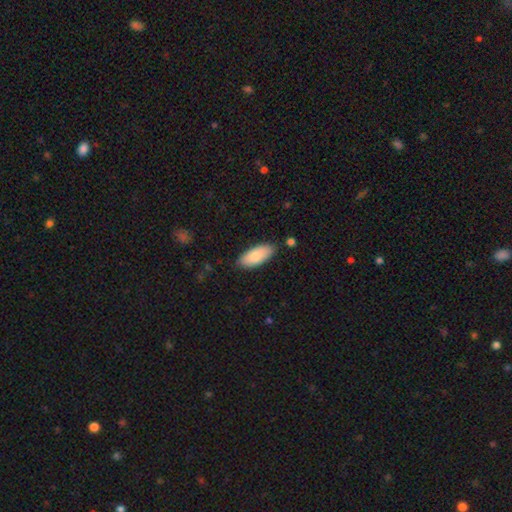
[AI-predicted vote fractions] smooth_or_featured: smooth (p=0.85) [alt: featured or disk p=0.10]
how_rounded: in between (p=0.86) [alt: cigar-shaped p=0.12]
merging: none (p=0.84) [alt: minor disturbance p=0.12]